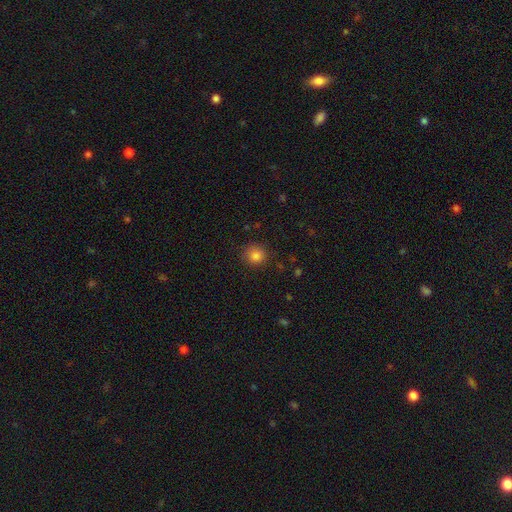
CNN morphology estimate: A smooth galaxy with no disk features (84%) that is round (91%). Merging: none (86%).